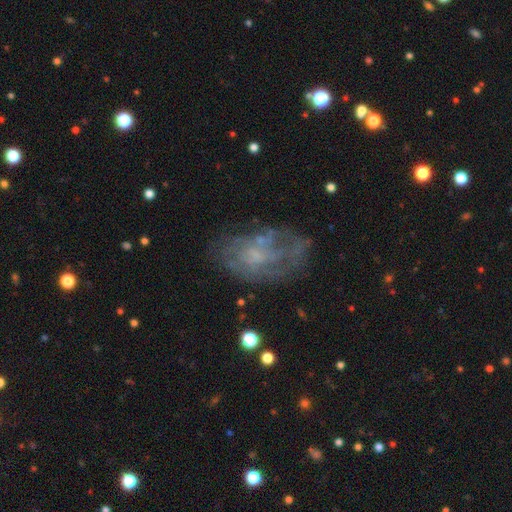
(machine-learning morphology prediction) Smooth or featured?
  - featured or disk: 63% *
  - smooth: 26%
  - star or artifact: 11%
Edge-on disk?
  - no: 97% *
  - yes: 3%
Bar?
  - no: 78% *
  - weak: 19%
  - strong: 3%
Spiral arms?
  - no: 51% *
  - yes: 49%
Bulge size?
  - none: 47% *
  - small: 33%
  - moderate: 16%
  - large: 3%
  - dominant: 1%
Merging?
  - none: 53% *
  - minor disturbance: 22%
  - major disturbance: 21%
  - merger: 4%